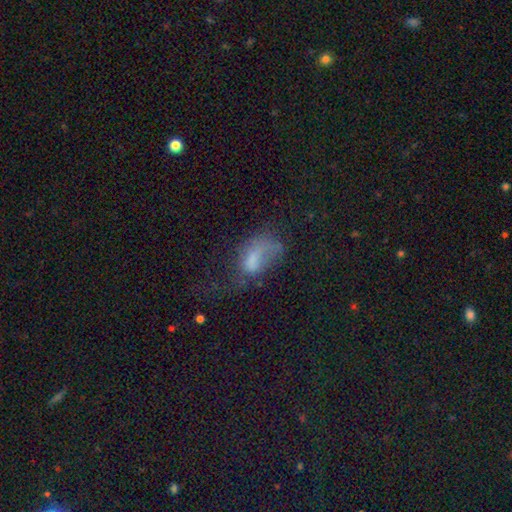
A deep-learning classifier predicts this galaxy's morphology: A smooth galaxy with no disk features (56%) that is in between round and cigar-shaped (87%).

Vote fractions:
- Smooth or featured? smooth: 56% / featured or disk: 29% / star or artifact: 15%
- How rounded? in between: 87% / round: 8% / cigar-shaped: 4%
- Merging? major disturbance: 52% / none: 22% / minor disturbance: 21% / merger: 5%